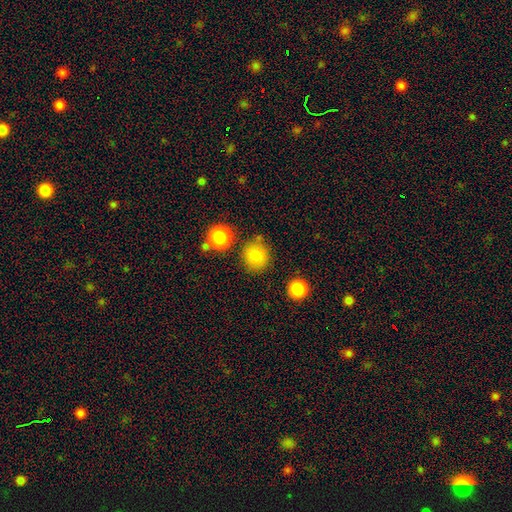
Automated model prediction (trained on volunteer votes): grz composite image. It shows a smooth galaxy with no disk features (81%) that is round (89%). Merging: none (80%).